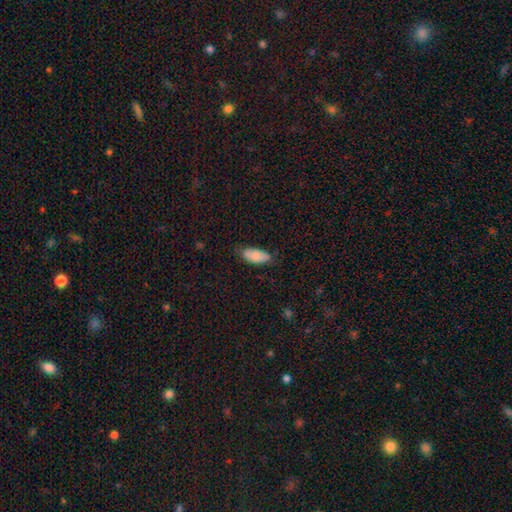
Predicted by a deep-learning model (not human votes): A smooth galaxy with no disk features (84%) that is in between round and cigar-shaped (89%). Merging: none (69%).